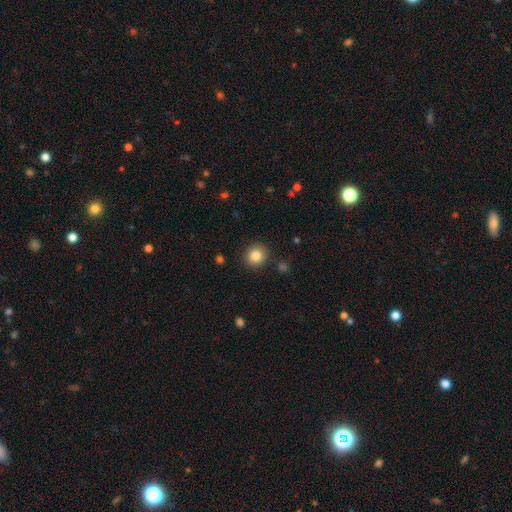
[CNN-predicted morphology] Smooth or featured?
  - smooth: 84% *
  - star or artifact: 10%
  - featured or disk: 6%
How rounded?
  - round: 91% *
  - in between: 9%
  - cigar-shaped: 1%
Merging?
  - none: 90% *
  - minor disturbance: 6%
  - major disturbance: 2%
  - merger: 1%